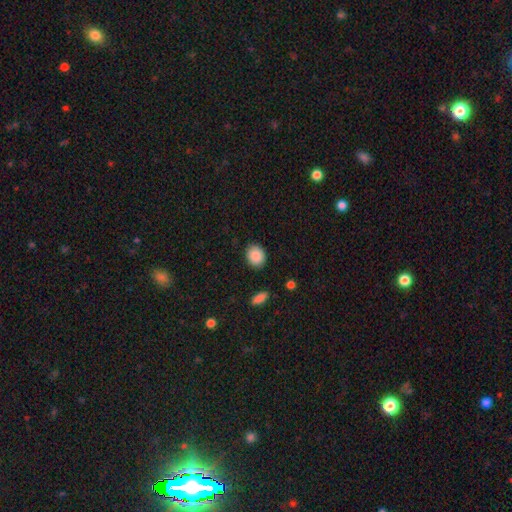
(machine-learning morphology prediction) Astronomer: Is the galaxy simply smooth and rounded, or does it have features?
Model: smooth — 89%.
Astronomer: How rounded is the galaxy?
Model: round — 57% (runner-up: in between, 42%).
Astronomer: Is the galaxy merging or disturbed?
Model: none — 88%.